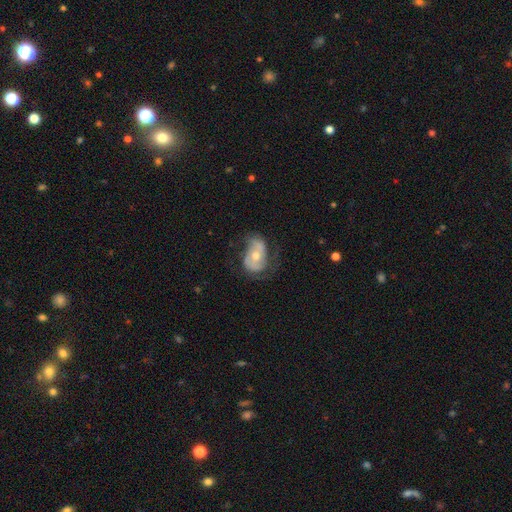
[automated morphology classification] type=featured or disk (70%); edge-on=no (95%); bar=no (67%); spiral arms=yes (79%); winding=medium (40%); arm count=2 (65%); bulge=moderate (63%); merging=none (49%).